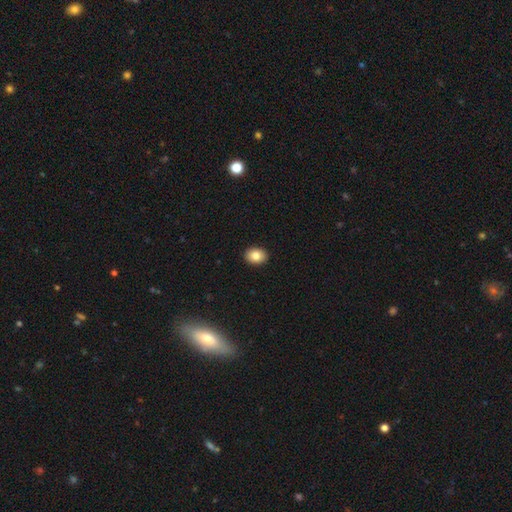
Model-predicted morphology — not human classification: Smooth or featured: smooth — 83% (featured or disk — 9%)
How rounded: in between — 65% (round — 34%)
Merging: none — 92% (minor disturbance — 6%)